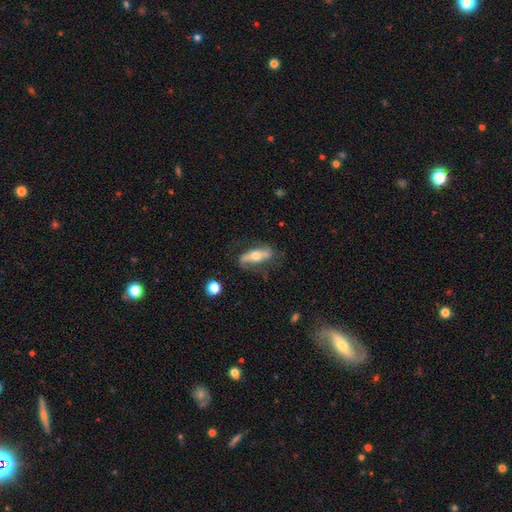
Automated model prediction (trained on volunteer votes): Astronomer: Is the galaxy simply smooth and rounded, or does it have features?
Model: featured or disk — 58% (runner-up: smooth, 35%).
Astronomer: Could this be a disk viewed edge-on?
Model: no — 63%.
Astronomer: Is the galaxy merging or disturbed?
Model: none — 65%.